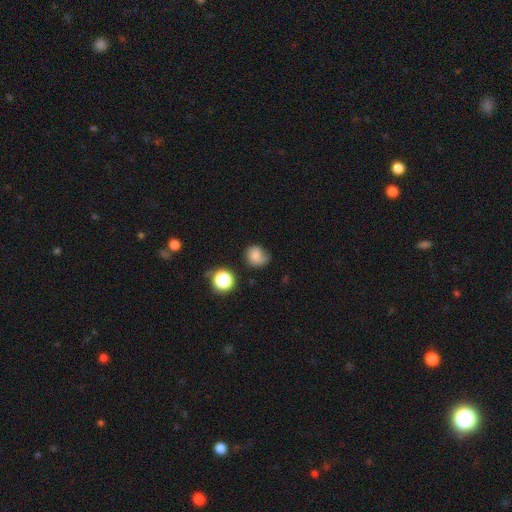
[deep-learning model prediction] smooth 68%, featured or disk 19%, star or artifact 13%. Down the decision tree: how rounded — round (74%); merging — none (49%).